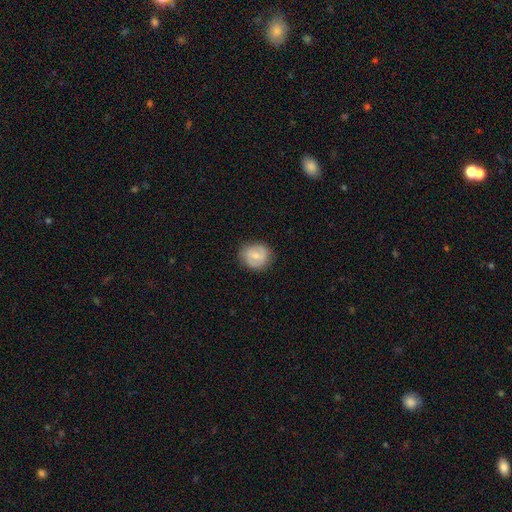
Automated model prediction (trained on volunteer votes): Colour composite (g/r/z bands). It shows a smooth galaxy with no disk features (59%) that is round (79%). Merging: none (80%).